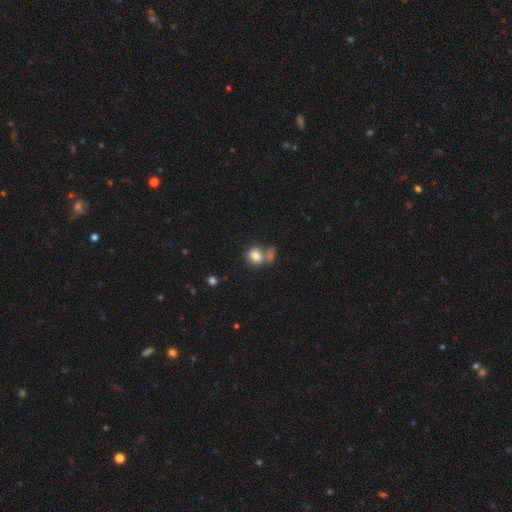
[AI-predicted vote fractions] Smooth or featured?
  - smooth: 80% *
  - featured or disk: 10%
  - star or artifact: 10%
How rounded?
  - in between: 55% *
  - round: 43%
  - cigar-shaped: 1%
Merging?
  - none: 42% *
  - merger: 38%
  - minor disturbance: 14%
  - major disturbance: 6%